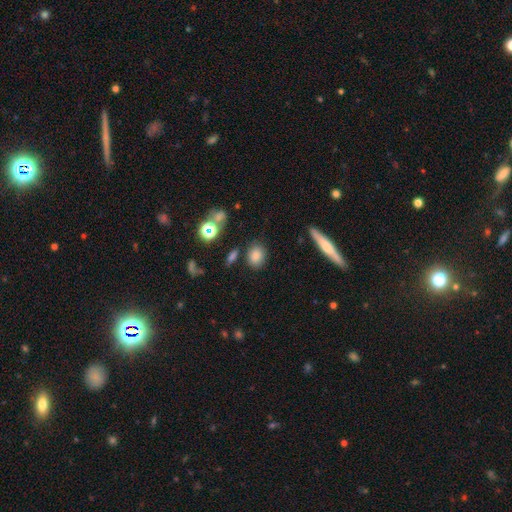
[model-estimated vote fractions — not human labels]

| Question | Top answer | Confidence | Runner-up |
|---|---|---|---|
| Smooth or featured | smooth | 80% | star or artifact (13%) |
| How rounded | in between | 55% | round (43%) |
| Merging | none | 78% | minor disturbance (12%) |